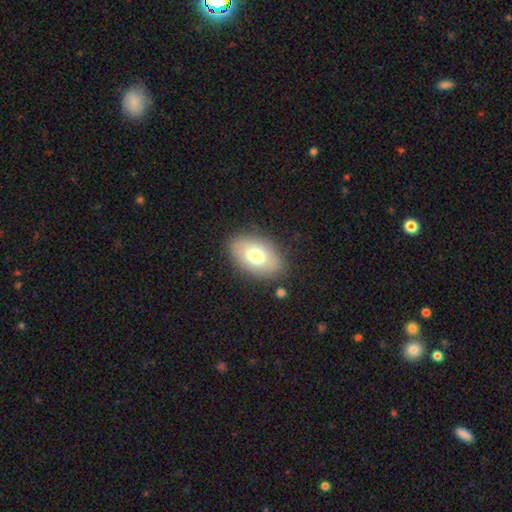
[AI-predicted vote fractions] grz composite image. It shows a smooth galaxy with no disk features (72%) that is in between round and cigar-shaped (89%). Merging: none (83%).